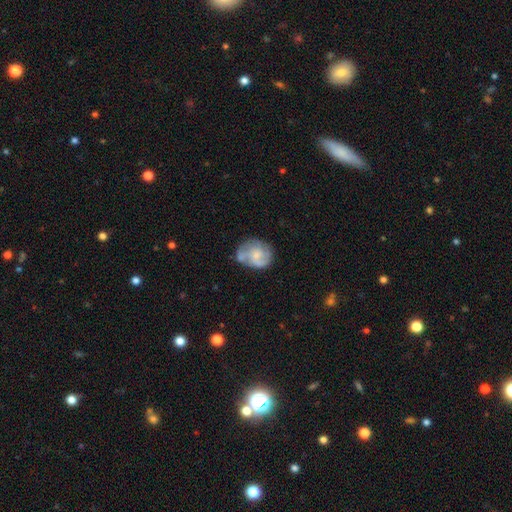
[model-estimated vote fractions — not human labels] Overall: featured or disk (59%; smooth 34%). Edge-on disk: no (98%). Bar: no (70%). Spiral arms: yes (75%). Bulge size: small (39%; moderate 35%). Merging: none (50%; minor disturbance 27%).